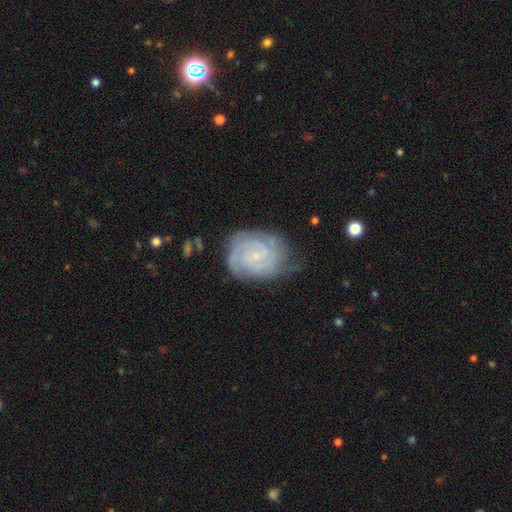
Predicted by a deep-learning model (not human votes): Smooth or featured? featured or disk (82%)
Edge-on disk? no (98%)
Bar? no (48%)
Spiral arms? yes (96%)
Spiral winding? tight (70%)
Spiral arm count? can't tell (31%)
Bulge size? small (73%)
Merging? none (63%)